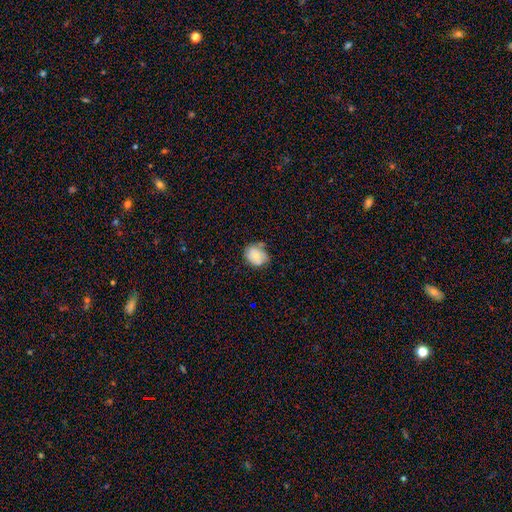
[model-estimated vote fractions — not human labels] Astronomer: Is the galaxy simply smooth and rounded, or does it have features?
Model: smooth — 71%.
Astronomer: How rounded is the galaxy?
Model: round — 50% (runner-up: in between, 49%).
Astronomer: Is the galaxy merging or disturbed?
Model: none — 57%.